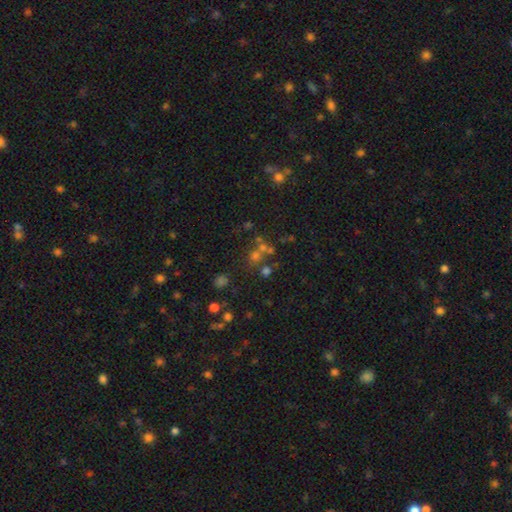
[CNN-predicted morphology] This is possibly a star or artifact rather than a galaxy (56%).